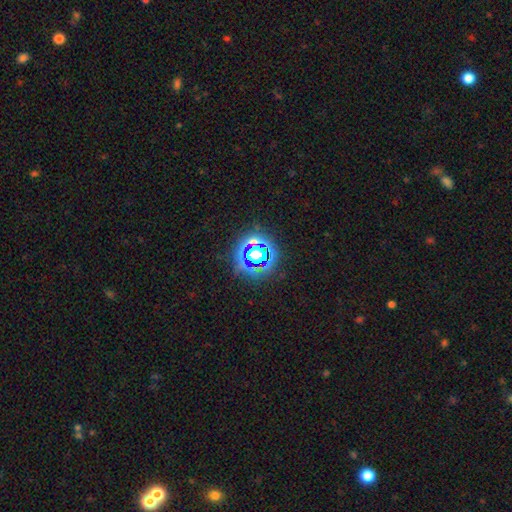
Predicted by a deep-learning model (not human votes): smooth-or-featured: star or artifact: 66% | smooth: 22% | featured or disk: 12%